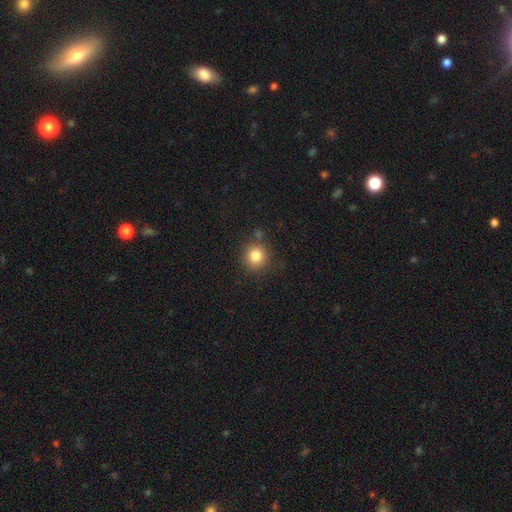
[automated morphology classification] Overall: smooth (83%). How rounded: round (90%). Merging: none (82%).